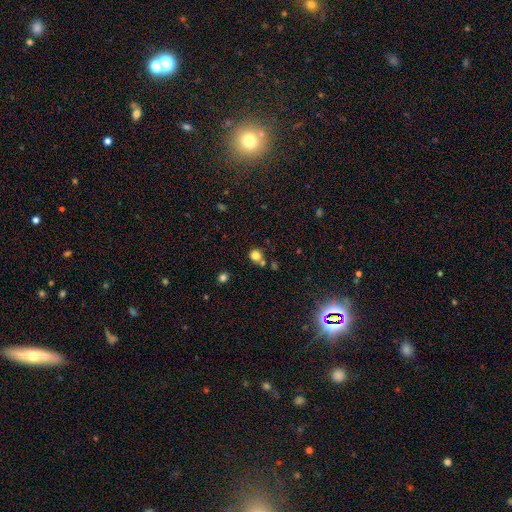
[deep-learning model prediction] smooth 80%, star or artifact 13%, featured or disk 6%. Down the decision tree: how rounded — round (83%); merging — none (64%).